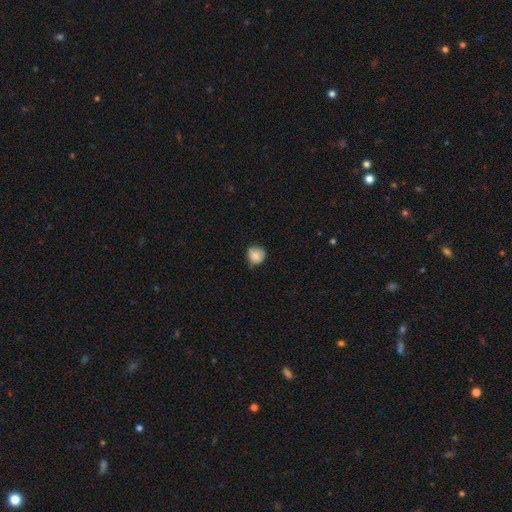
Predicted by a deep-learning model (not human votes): The model was most divided on "merging": none: 72%, minor disturbance: 23%, major disturbance: 3%, merger: 1%. More confident: how rounded — round (90%); smooth or featured — smooth (83%).